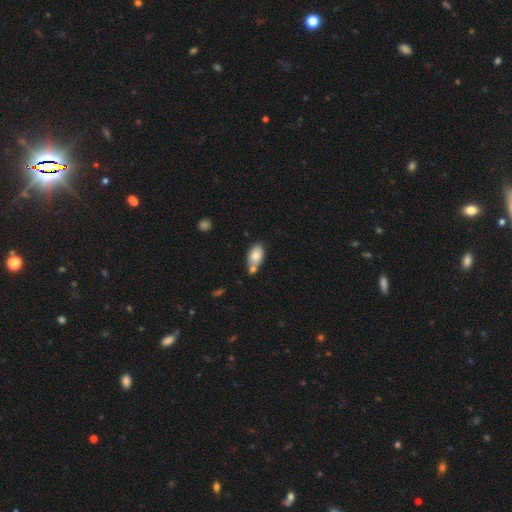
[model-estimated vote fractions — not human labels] A smooth galaxy with no disk features (79%) that is in between round and cigar-shaped (91%). Merging: none (49%).